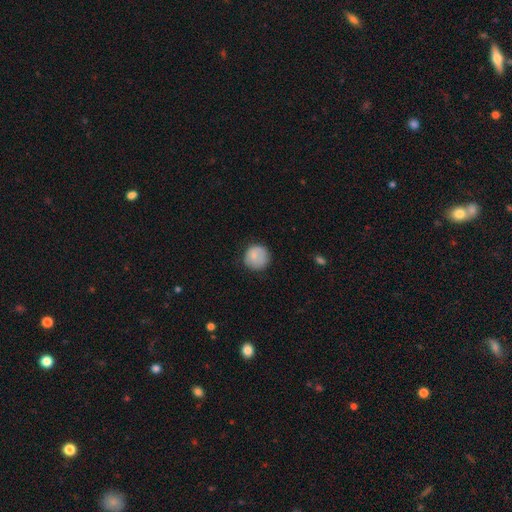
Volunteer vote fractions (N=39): This is likely a smooth galaxy (79%). How rounded: clearly round (94%). Merging: possibly none (57%).